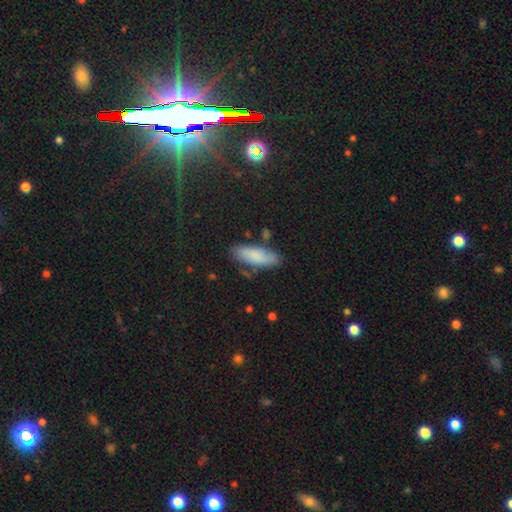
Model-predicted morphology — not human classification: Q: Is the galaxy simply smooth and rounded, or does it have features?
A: smooth — 80%.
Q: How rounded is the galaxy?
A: in between — 68%.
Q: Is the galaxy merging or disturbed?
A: none — 74%.